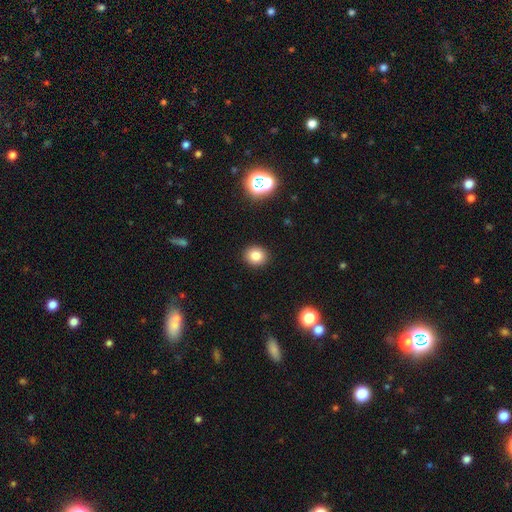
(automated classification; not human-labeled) smooth_or_featured: smooth (p=0.81) [alt: star or artifact p=0.13]
how_rounded: round (p=0.77) [alt: in between p=0.22]
merging: none (p=0.91) [alt: minor disturbance p=0.06]